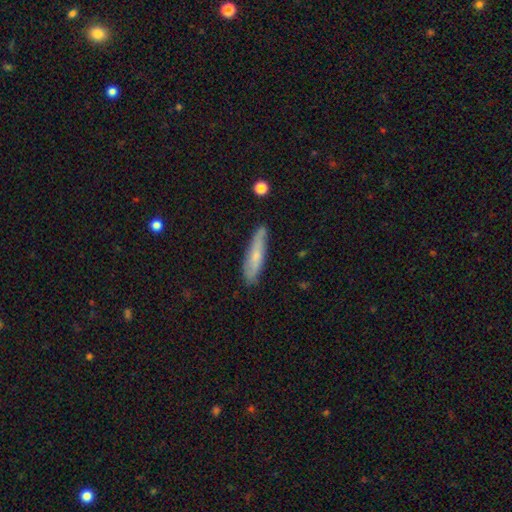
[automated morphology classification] smooth 56%, featured or disk 38%, star or artifact 6%. Down the decision tree: how rounded — cigar-shaped (78%); merging — none (78%).